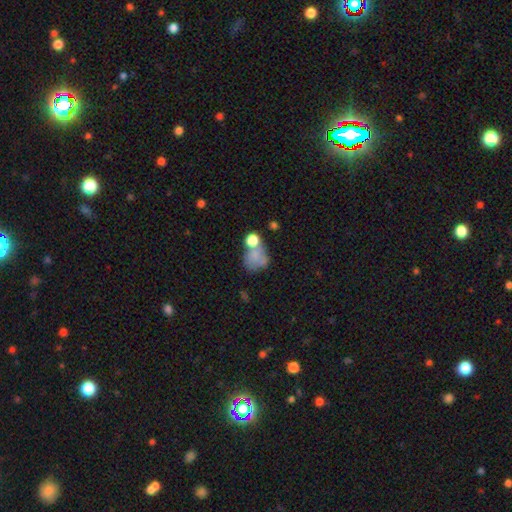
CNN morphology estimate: Smooth or featured? Predicted: smooth (p=0.68). How rounded? Predicted: round (p=0.58). Merging? Predicted: merger (p=0.33).